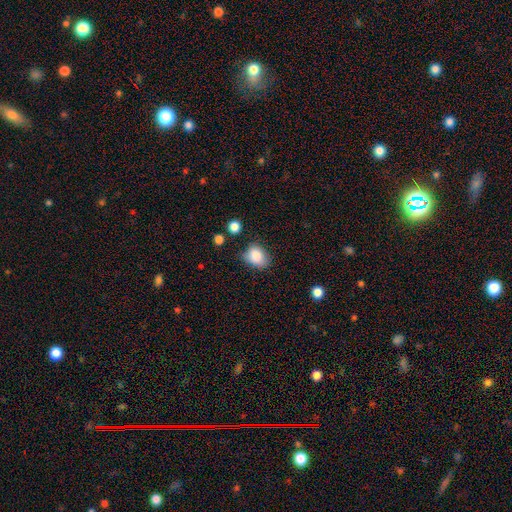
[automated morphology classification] Smooth or featured? Predicted: smooth (p=0.84). How rounded? Predicted: in between (p=0.63). Merging? Predicted: none (p=0.66).